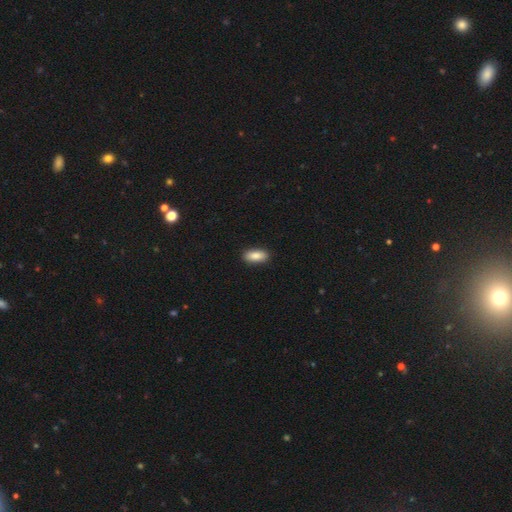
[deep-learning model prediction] Smooth or featured? smooth (87%)
How rounded? in between (88%)
Merging? none (90%)